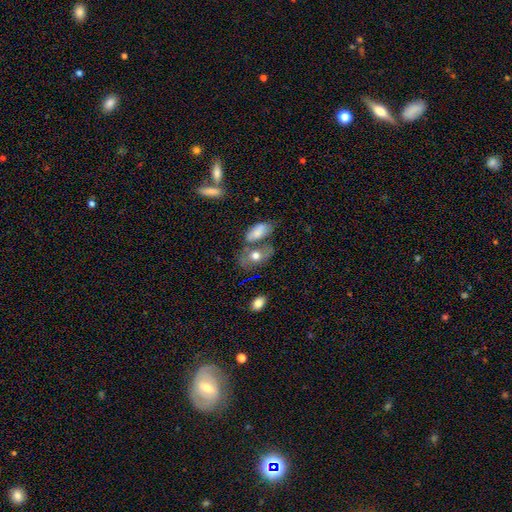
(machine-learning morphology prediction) smooth 63%, featured or disk 27%, star or artifact 10%. Down the decision tree: how rounded — in between (79%); merging — none (45%).